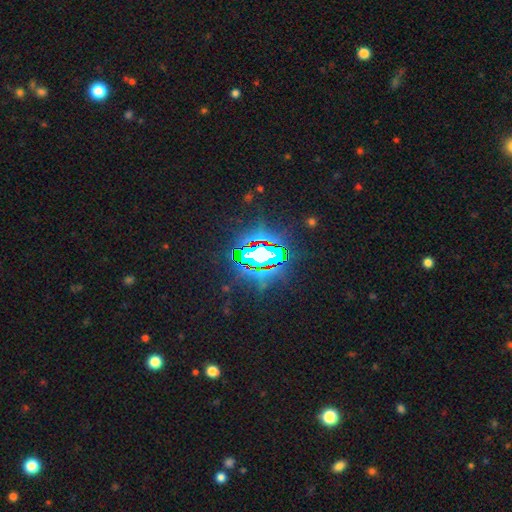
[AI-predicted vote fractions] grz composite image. It shows a star or artifact, not a galaxy (84%).